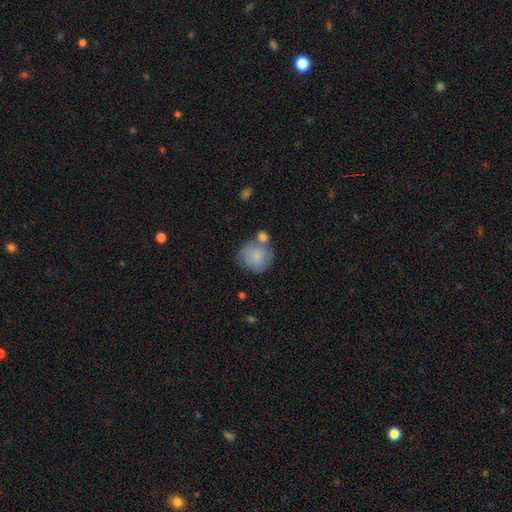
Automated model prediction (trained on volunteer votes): Q: Smooth or featured?
A: smooth (80%); runner-up: featured or disk (14%)
Q: How rounded?
A: round (88%); runner-up: in between (11%)
Q: Merging?
A: none (50%); runner-up: merger (27%)